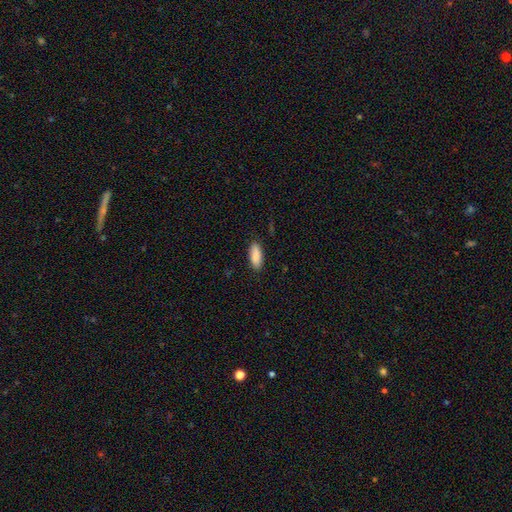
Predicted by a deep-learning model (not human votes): This appears to be a smooth galaxy with no disk features (89%) that is in between round and cigar-shaped (77%). Merging: none (88%).